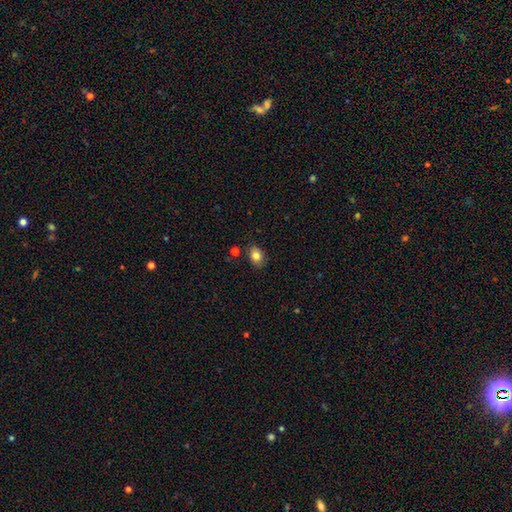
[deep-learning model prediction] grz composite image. It shows a smooth galaxy with no disk features (81%) that is in between round and cigar-shaped (74%). Merging: none (82%).